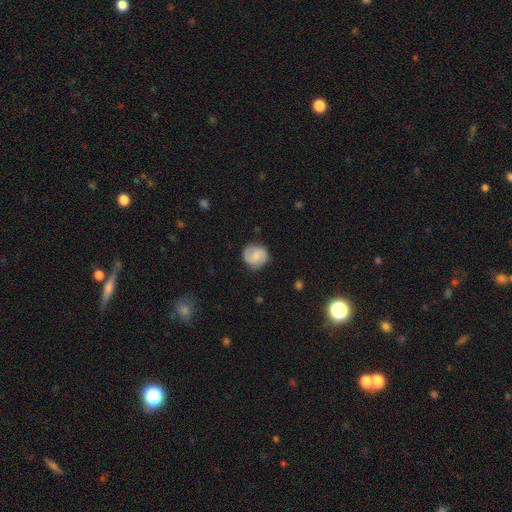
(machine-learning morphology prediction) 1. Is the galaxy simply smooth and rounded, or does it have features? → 63% featured or disk, 30% smooth, 7% star or artifact.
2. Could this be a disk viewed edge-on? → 98% no, 2% yes.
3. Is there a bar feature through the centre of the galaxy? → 50% weak, 38% no, 13% strong.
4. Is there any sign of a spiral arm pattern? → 93% yes, 7% no.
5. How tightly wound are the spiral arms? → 48% medium, 33% tight, 19% loose.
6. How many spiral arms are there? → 88% 2, 6% can't tell, 3% 1, 1% 3, 1% 4, 1% more than 4.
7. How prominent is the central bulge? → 40% small, 28% none, 28% moderate, 3% large, 1% dominant.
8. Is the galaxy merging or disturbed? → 81% none, 14% minor disturbance, 4% major disturbance, 1% merger.